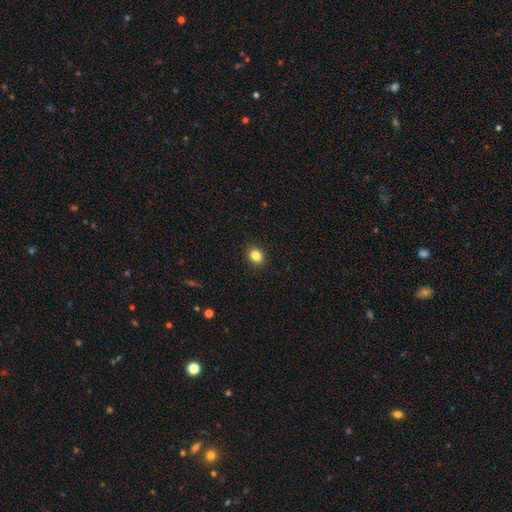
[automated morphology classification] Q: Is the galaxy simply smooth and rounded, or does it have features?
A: smooth — 84%.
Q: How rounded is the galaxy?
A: round — 50%.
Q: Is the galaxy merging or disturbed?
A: none — 91%.